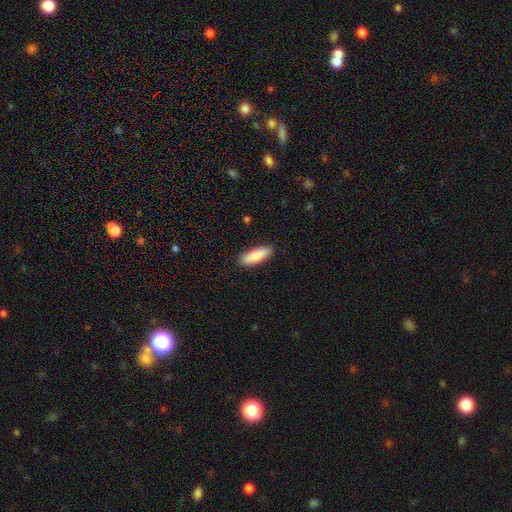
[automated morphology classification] smooth-or-featured: smooth: 86% | featured or disk: 8% | star or artifact: 6%
  how-rounded: in between: 53% | cigar-shaped: 45% | round: 2%
  merging: none: 89% | minor disturbance: 8% | major disturbance: 2% | merger: 1%